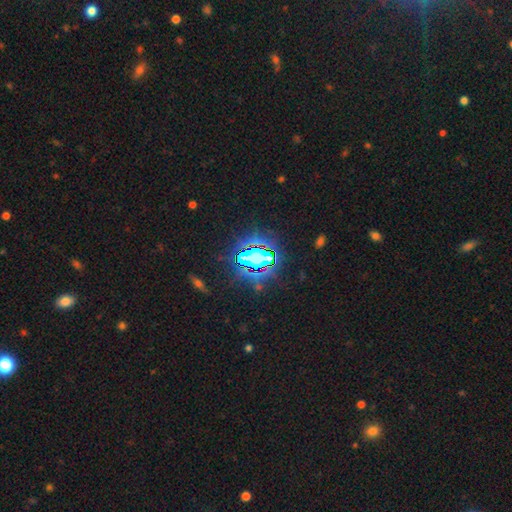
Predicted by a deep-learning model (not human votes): This appears to be a star or artifact, not a galaxy (83%).